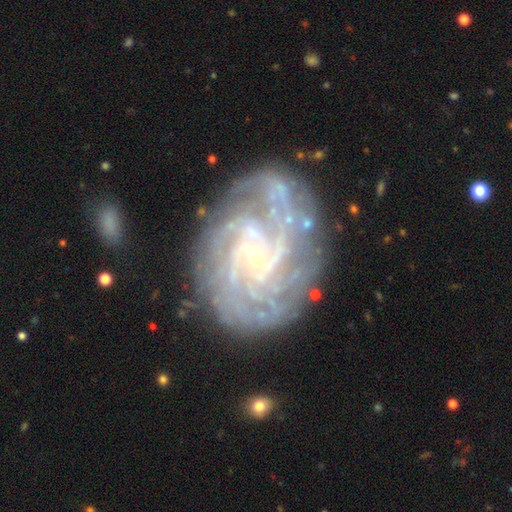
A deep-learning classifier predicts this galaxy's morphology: Smooth or featured? featured or disk (90%)
Edge-on disk? no (98%)
Bar? no (59%)
Spiral arms? yes (98%)
Spiral winding? tight (68%)
Spiral arm count? 4 (23%)
Bulge size? small (86%)
Merging? none (77%)